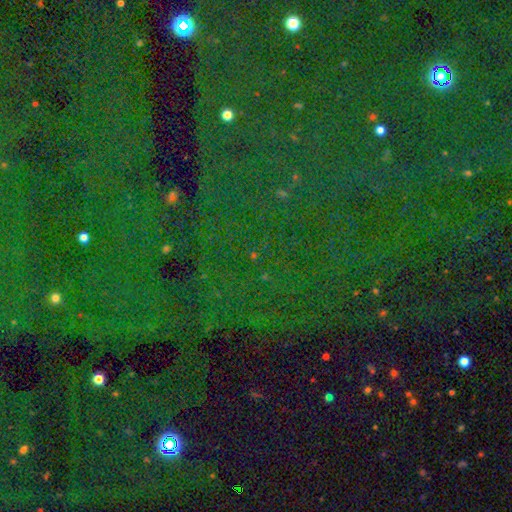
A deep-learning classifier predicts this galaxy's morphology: star or artifact 84%, smooth 9%, featured or disk 7%.